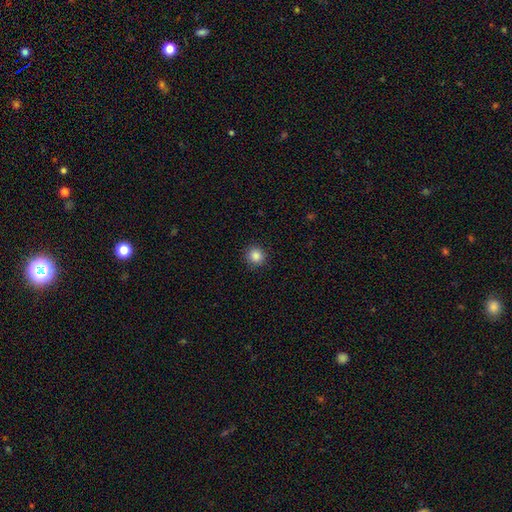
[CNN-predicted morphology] Overall: smooth (86%). How rounded: round (94%). Merging: none (91%).